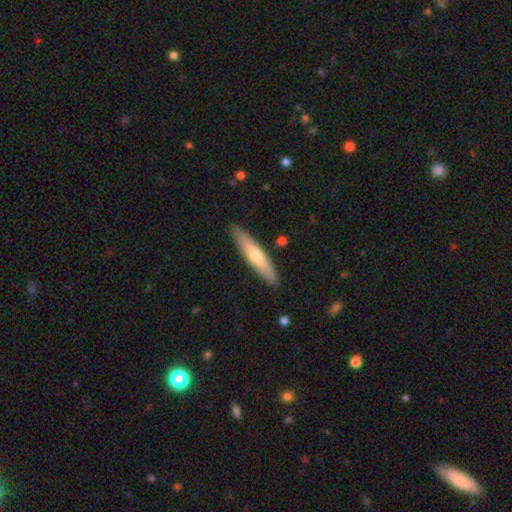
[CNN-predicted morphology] Smooth or featured?
  - smooth: 55% *
  - featured or disk: 40%
  - star or artifact: 5%
How rounded?
  - cigar-shaped: 87% *
  - in between: 12%
  - round: 1%
Merging?
  - none: 89% *
  - minor disturbance: 8%
  - major disturbance: 2%
  - merger: 1%